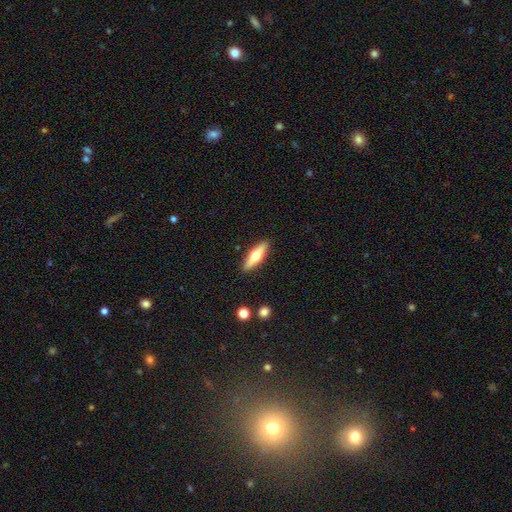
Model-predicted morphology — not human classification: smooth_or_featured: featured or disk (p=0.48) [alt: smooth p=0.46]
merging: none (p=0.89) [alt: minor disturbance p=0.08]